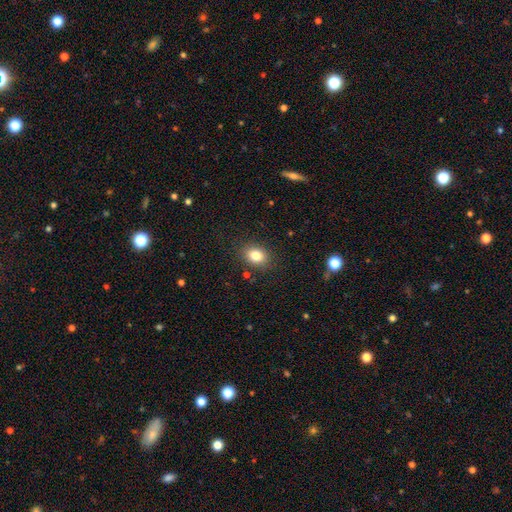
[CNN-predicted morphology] smooth 82%, star or artifact 10%, featured or disk 8%. Down the decision tree: how rounded — in between (63%); merging — none (86%).